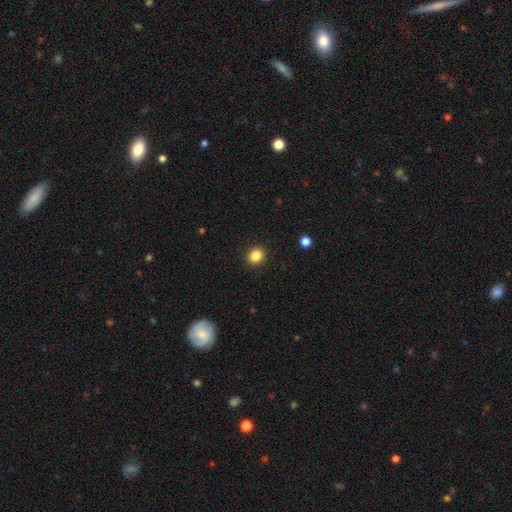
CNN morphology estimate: The model was most divided on "how rounded": round: 76%, in between: 23%, cigar-shaped: 1%. More confident: merging — none (91%); smooth or featured — smooth (85%).